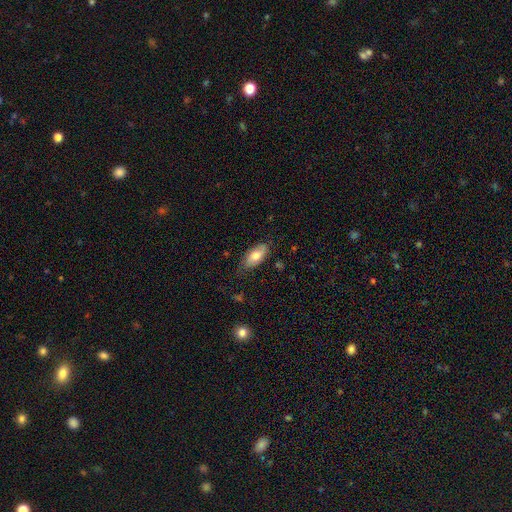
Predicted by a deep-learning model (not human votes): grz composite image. It shows a smooth galaxy with no disk features (71%) that is in between round and cigar-shaped (89%). Merging: none (72%).